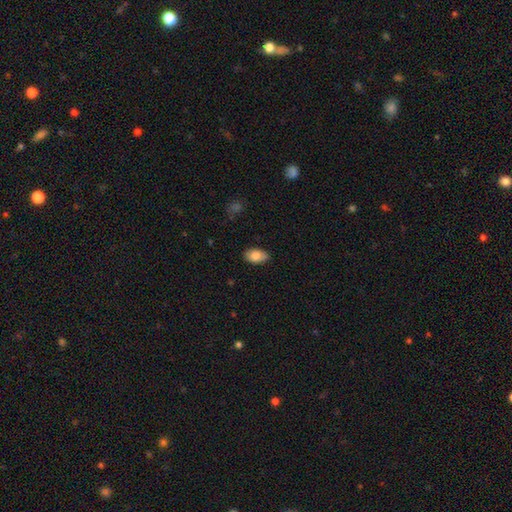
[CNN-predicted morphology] This is clearly a smooth galaxy (82%). How rounded: clearly in between (92%). Merging: clearly none (84%).